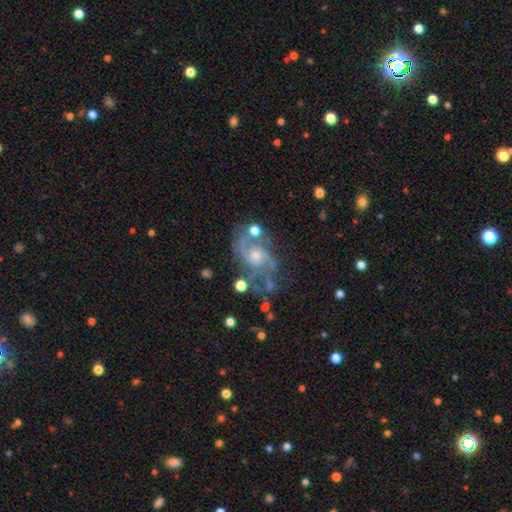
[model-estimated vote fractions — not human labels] A featured or disk galaxy (85%) with no bar (65%), 2 (76%) medium (54%) spiral arms (95%) and a moderate central bulge (47%). Merging: none (59%).